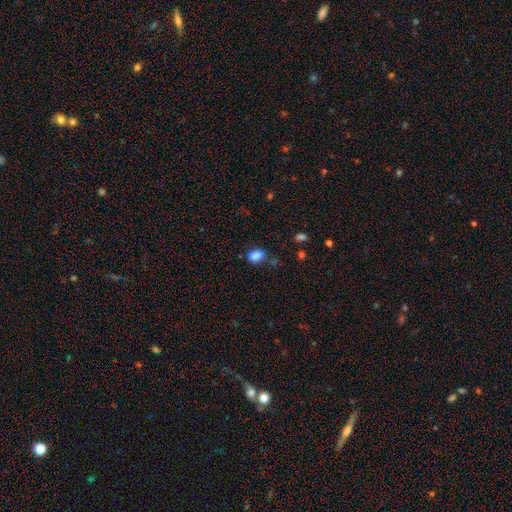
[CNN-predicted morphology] Smooth or featured? smooth (85%)
How rounded? in between (74%)
Merging? none (70%)